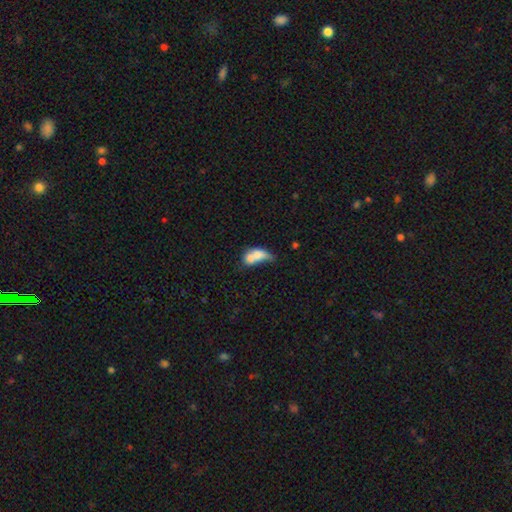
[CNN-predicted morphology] A smooth galaxy with no disk features (65%) that is in between round and cigar-shaped (74%). Merging: merger (61%).